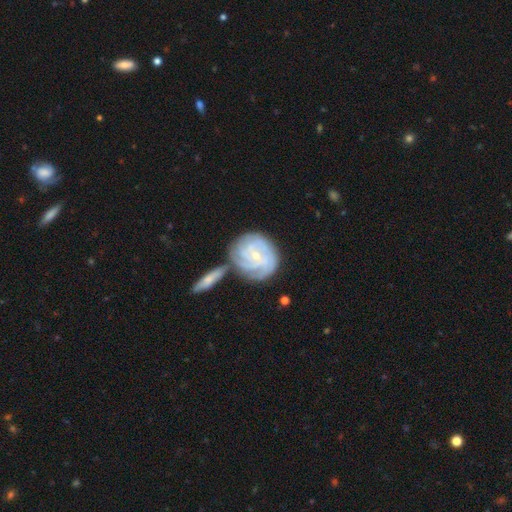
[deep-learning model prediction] Q: Smooth or featured?
A: featured or disk (82%); runner-up: smooth (12%)
Q: Edge-on disk?
A: no (97%); runner-up: yes (3%)
Q: Bar?
A: no (64%); runner-up: weak (29%)
Q: Spiral arms?
A: yes (96%); runner-up: no (4%)
Q: Spiral winding?
A: tight (79%); runner-up: medium (17%)
Q: Spiral arm count?
A: can't tell (31%); runner-up: 3 (23%)
Q: Bulge size?
A: small (74%); runner-up: moderate (23%)
Q: Merging?
A: none (50%); runner-up: merger (26%)